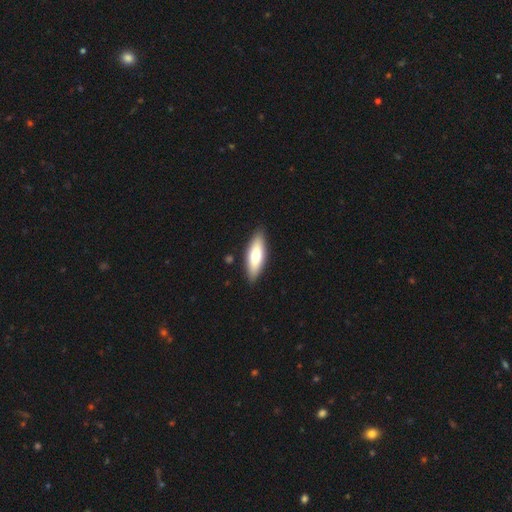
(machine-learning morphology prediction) The model was most divided on "how rounded": in between: 58%, cigar-shaped: 40%, round: 2%. More confident: merging — none (87%); smooth or featured — smooth (67%).